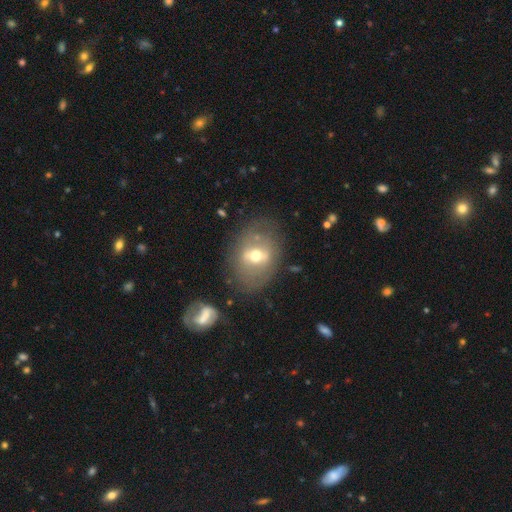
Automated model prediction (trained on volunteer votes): featured or disk 57%, smooth 35%, star or artifact 9%. Down the decision tree: edge-on disk — no (90%); bar — weak (39%); spiral arms — no (77%); bulge size — moderate (67%); merging — none (71%).